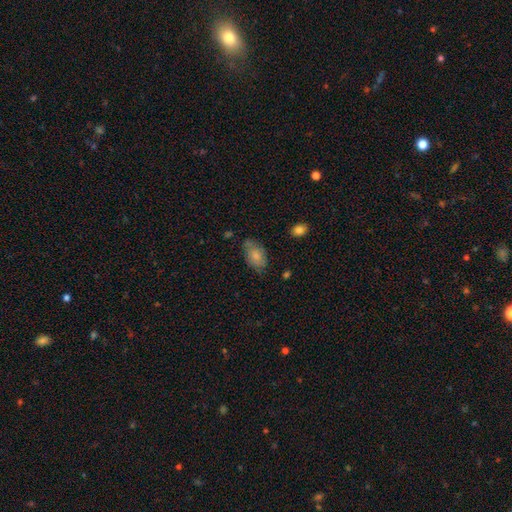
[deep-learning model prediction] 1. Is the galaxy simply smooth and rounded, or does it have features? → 77% smooth, 16% featured or disk, 7% star or artifact.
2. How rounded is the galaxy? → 90% in between, 8% round, 2% cigar-shaped.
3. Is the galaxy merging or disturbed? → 62% none, 27% minor disturbance, 7% major disturbance, 4% merger.